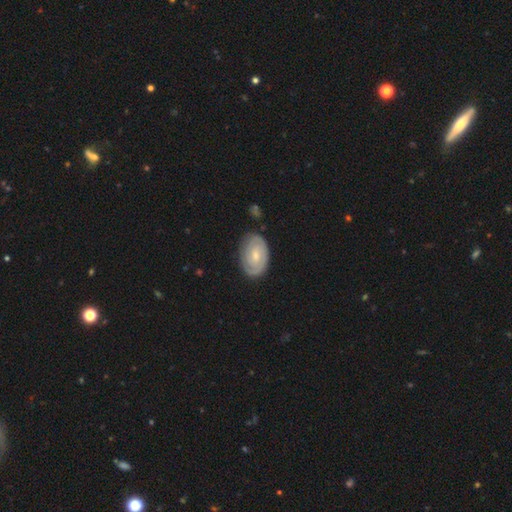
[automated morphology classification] Overall: featured or disk (67%; smooth 28%). Edge-on disk: no (96%). Bar: no (65%; weak 30%). Spiral arms: yes (85%). Spiral arm count: 2 (45%; can't tell 34%). Spiral winding: tight (72%). Bulge size: small (52%; moderate 42%). Merging: none (78%).